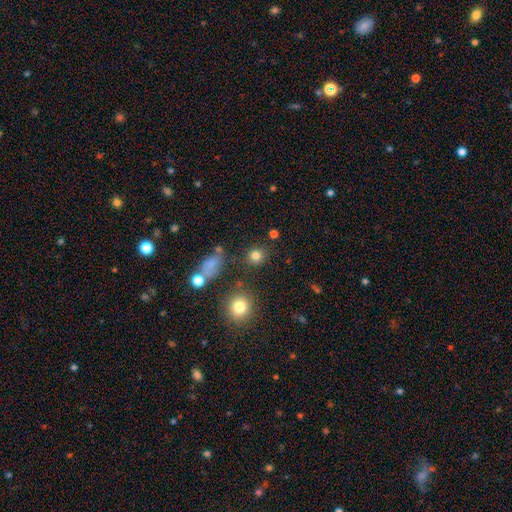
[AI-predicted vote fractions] Smooth or featured: smooth — 80% (star or artifact — 14%)
How rounded: round — 84% (in between — 15%)
Merging: none — 82% (minor disturbance — 9%)